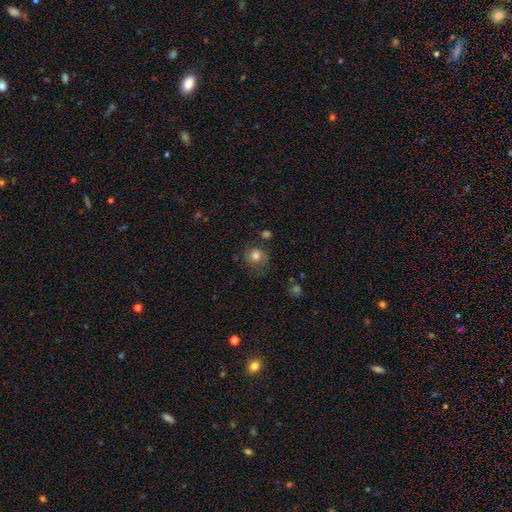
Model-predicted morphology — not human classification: This is likely a smooth galaxy (67%). How rounded: clearly round (80%). Merging: likely none (67%).